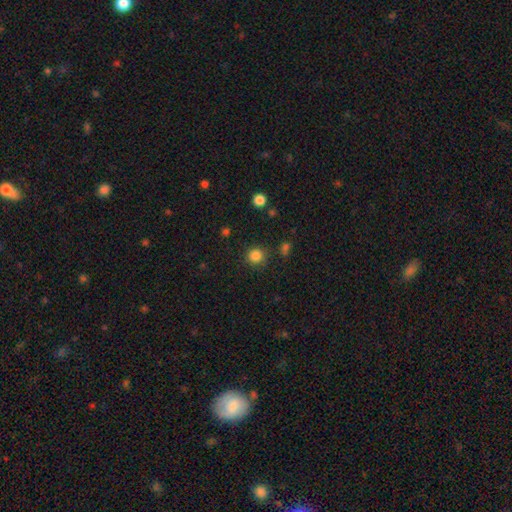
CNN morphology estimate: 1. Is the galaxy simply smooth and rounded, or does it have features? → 84% smooth, 12% star or artifact, 4% featured or disk.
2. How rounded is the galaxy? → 92% round, 7% in between, 1% cigar-shaped.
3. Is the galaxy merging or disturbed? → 84% none, 10% minor disturbance, 4% major disturbance, 3% merger.